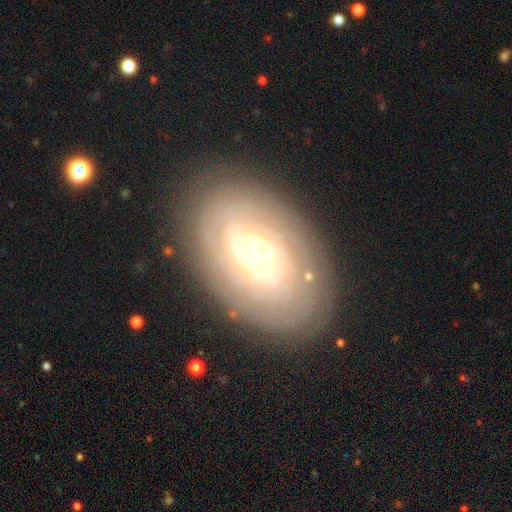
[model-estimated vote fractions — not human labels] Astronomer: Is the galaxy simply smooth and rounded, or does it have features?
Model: featured or disk — 78%.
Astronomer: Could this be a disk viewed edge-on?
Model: no — 95%.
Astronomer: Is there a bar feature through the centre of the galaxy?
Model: no — 65%.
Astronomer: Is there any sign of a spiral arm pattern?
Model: yes — 90%.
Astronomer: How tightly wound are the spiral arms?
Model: tight — 79%.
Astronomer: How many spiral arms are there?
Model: can't tell — 48%.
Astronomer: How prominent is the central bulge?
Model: small — 49% (runner-up: moderate, 42%).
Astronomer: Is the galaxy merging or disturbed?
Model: none — 82%.